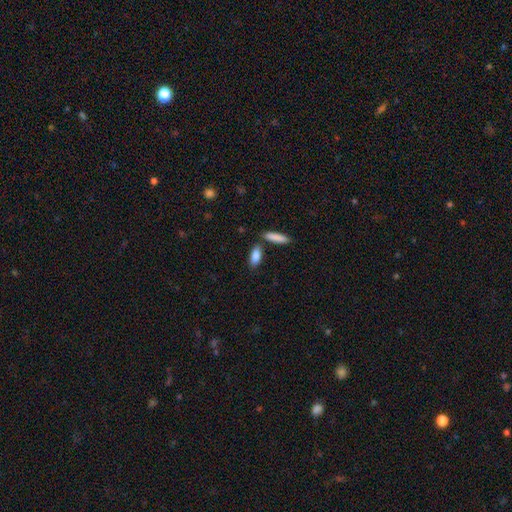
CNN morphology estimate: Smooth or featured? smooth (86%)
How rounded? in between (70%)
Merging? none (73%)